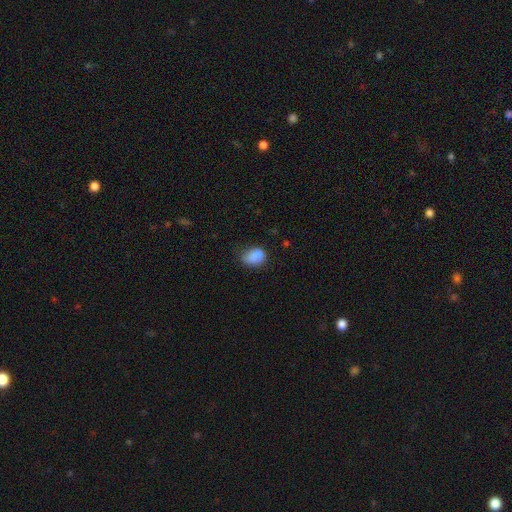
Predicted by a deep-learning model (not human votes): Q: Smooth or featured?
A: smooth (83%); runner-up: star or artifact (10%)
Q: How rounded?
A: in between (74%); runner-up: round (25%)
Q: Merging?
A: none (48%); runner-up: minor disturbance (36%)